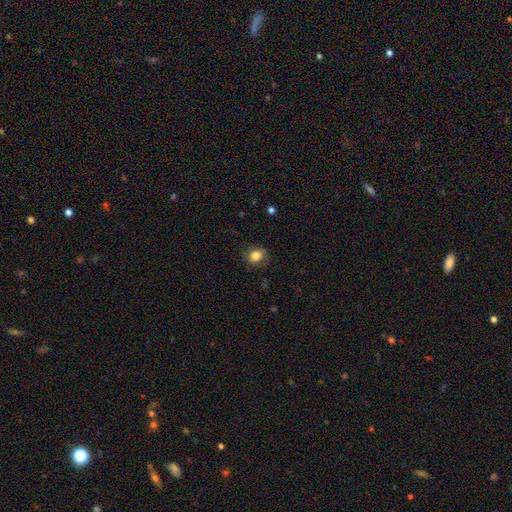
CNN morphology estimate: This appears to be a smooth galaxy with no disk features (83%) that is round (60%). Merging: none (80%).